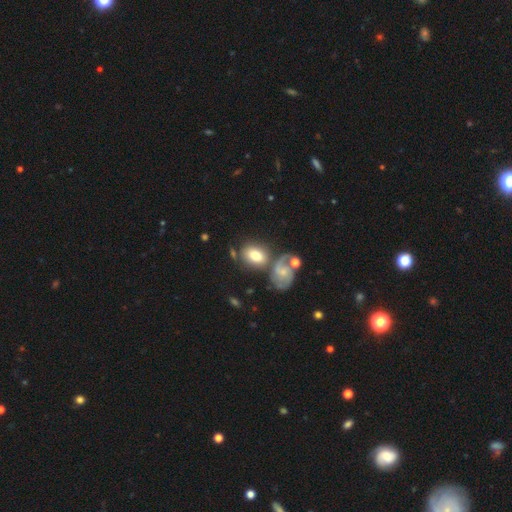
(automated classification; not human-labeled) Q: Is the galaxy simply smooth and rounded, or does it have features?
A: smooth — 66%.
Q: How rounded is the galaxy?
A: in between — 67%.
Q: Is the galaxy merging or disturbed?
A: none — 49%.